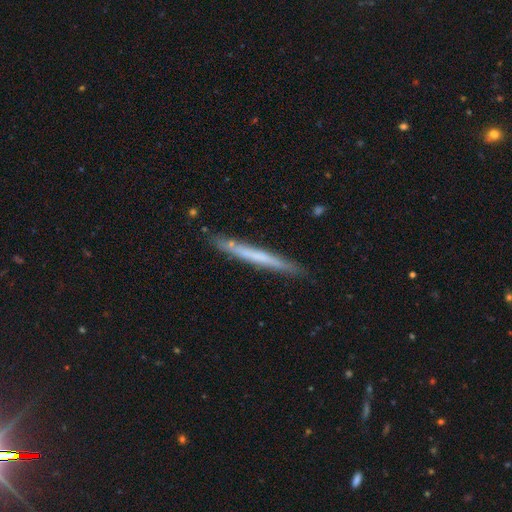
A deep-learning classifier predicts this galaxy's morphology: Smooth or featured: smooth — 48% (featured or disk — 46%)
Merging: none — 86% (minor disturbance — 11%)